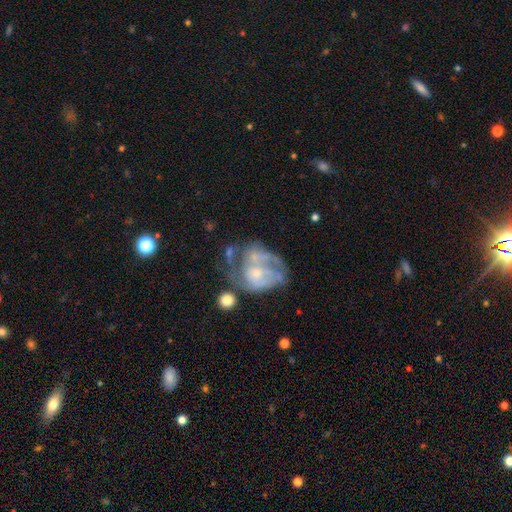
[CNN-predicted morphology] A featured or disk galaxy (72%) with no bar (80%), spiral arms (62%) and a small central bulge (59%). Merging: major disturbance (32%, tied with none).